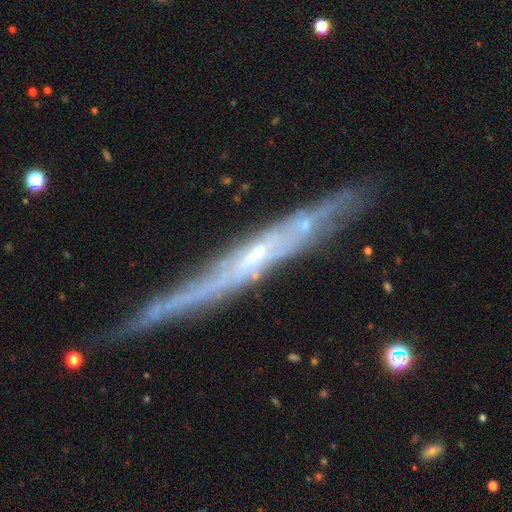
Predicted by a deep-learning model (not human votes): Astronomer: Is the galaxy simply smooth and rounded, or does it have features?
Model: featured or disk — 78%.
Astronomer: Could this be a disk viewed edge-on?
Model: yes — 87%.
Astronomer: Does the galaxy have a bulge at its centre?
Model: none — 61%.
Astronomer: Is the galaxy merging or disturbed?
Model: none — 74%.